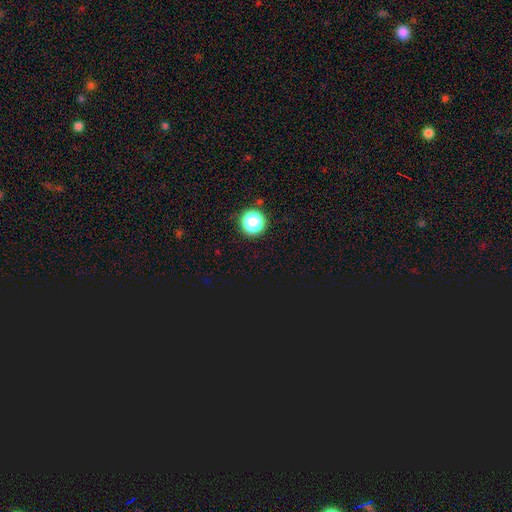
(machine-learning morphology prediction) smooth-or-featured: star or artifact: 51% | smooth: 43% | featured or disk: 6%